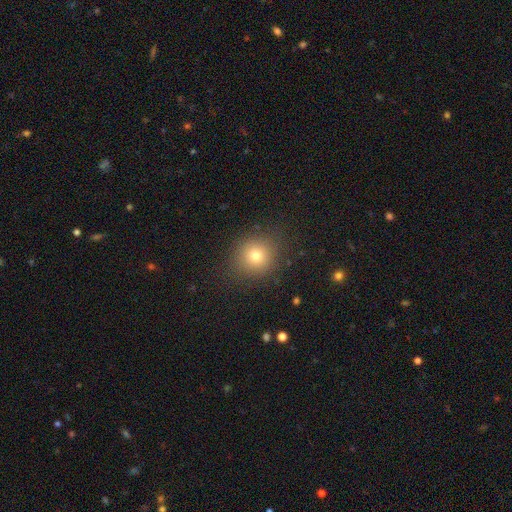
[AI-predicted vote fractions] smooth 75%, star or artifact 15%, featured or disk 9%. Down the decision tree: how rounded — round (87%); merging — none (86%).